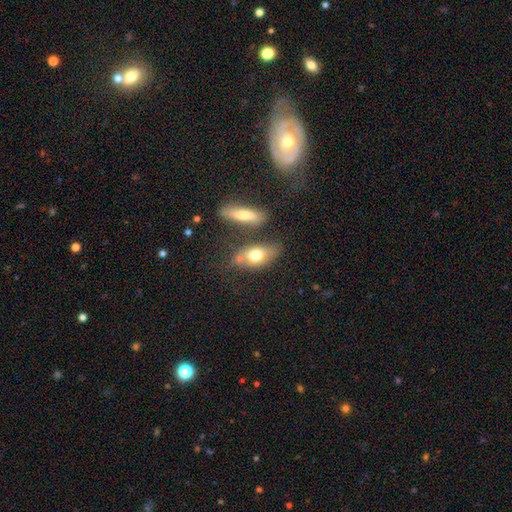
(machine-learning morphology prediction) A smooth galaxy with no disk features (70%) that is in between round and cigar-shaped (78%). Merging: none (57%).